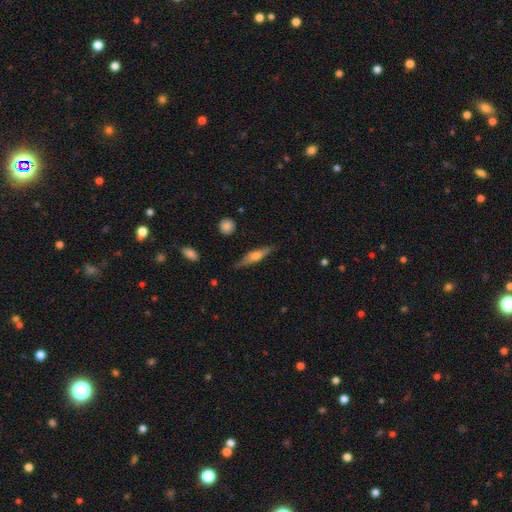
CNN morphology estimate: Smooth or featured?
  - featured or disk: 57% *
  - smooth: 37%
  - star or artifact: 6%
Edge-on disk?
  - yes: 94% *
  - no: 6%
Edge-on bulge?
  - rounded: 87% *
  - boxy: 8%
  - none: 5%
Merging?
  - none: 83% *
  - minor disturbance: 13%
  - major disturbance: 3%
  - merger: 2%